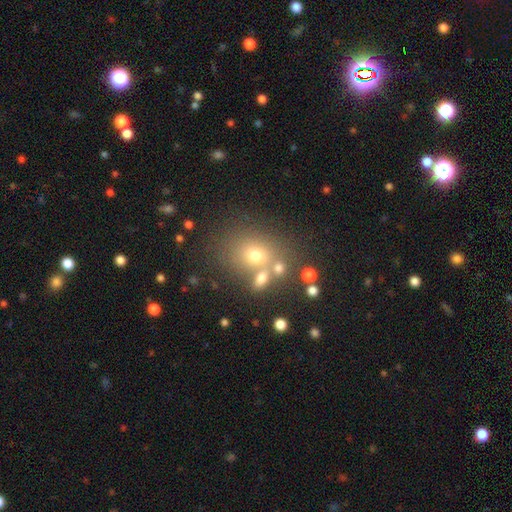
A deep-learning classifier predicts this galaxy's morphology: type=smooth (67%); roundness=round (58%); merging=none (55%).